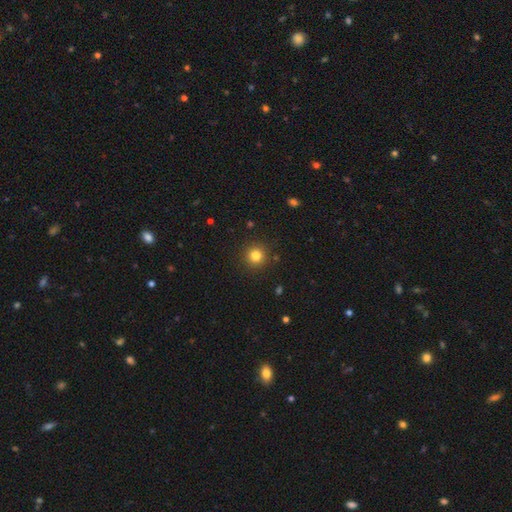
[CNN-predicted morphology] smooth-or-featured: smooth: 81% | star or artifact: 13% | featured or disk: 6%
  how-rounded: round: 95% | in between: 4% | cigar-shaped: 1%
  merging: none: 90% | minor disturbance: 6% | major disturbance: 2% | merger: 1%